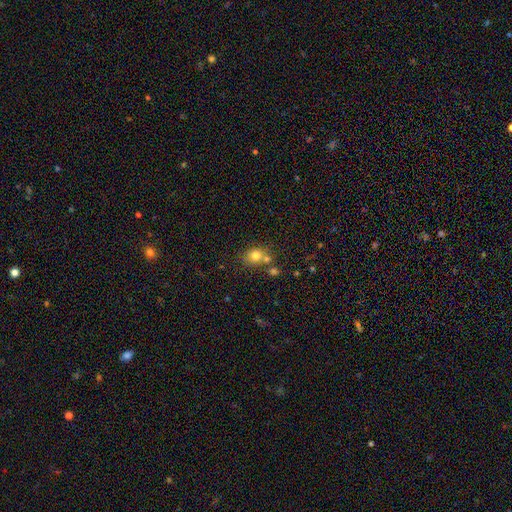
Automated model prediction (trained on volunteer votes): A smooth galaxy with no disk features (76%) that is round (66%). Merging: none (54%).